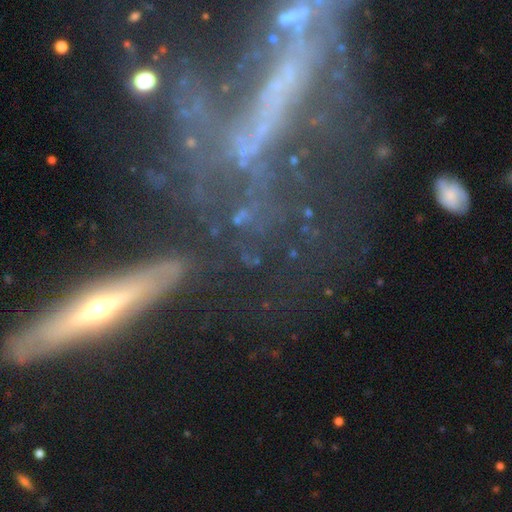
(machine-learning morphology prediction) A featured or disk galaxy (56%).

Vote fractions:
- Smooth or featured? featured or disk: 56% / star or artifact: 25% / smooth: 19%
- Edge-on disk? no: 53% / yes: 47%
- Merging? none: 58% / major disturbance: 17% / minor disturbance: 16% / merger: 9%